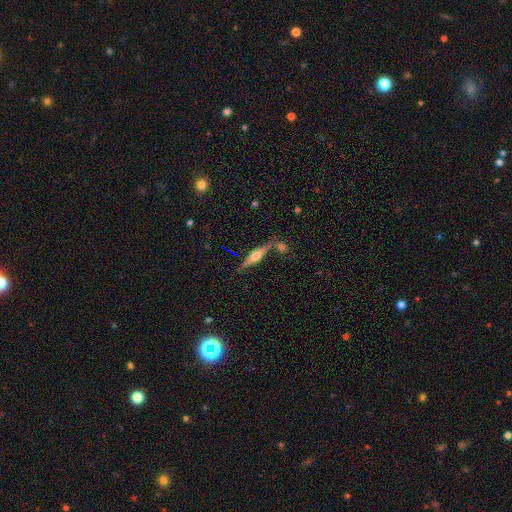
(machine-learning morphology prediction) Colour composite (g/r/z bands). It shows a featured or disk galaxy (71%) viewed edge-on (97%) with a rounded central bulge (88%). Merging: none (79%).